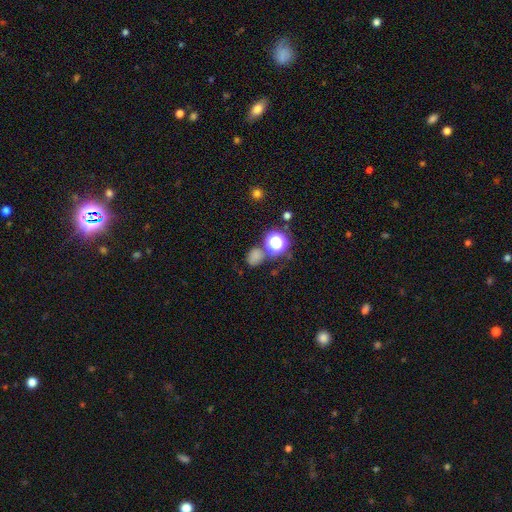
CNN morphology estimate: smooth-or-featured: smooth: 68% | star or artifact: 26% | featured or disk: 6%
  how-rounded: round: 66% | in between: 33% | cigar-shaped: 1%
  merging: none: 68% | merger: 14% | minor disturbance: 13% | major disturbance: 5%